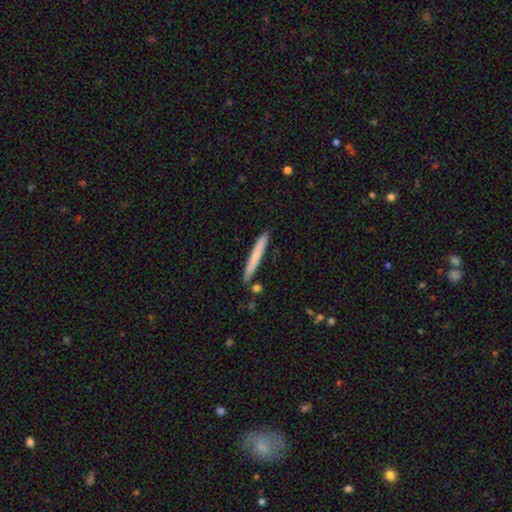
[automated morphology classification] This is likely a smooth galaxy (71%). How rounded: clearly cigar-shaped (96%). Merging: clearly none (87%).